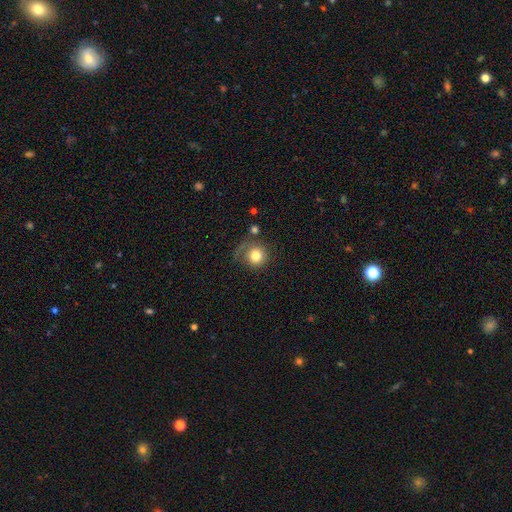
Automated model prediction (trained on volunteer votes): smooth-or-featured: smooth: 79% | featured or disk: 12% | star or artifact: 9%
  how-rounded: round: 87% | in between: 12% | cigar-shaped: 1%
  merging: none: 53% | minor disturbance: 21% | major disturbance: 18% | merger: 7%